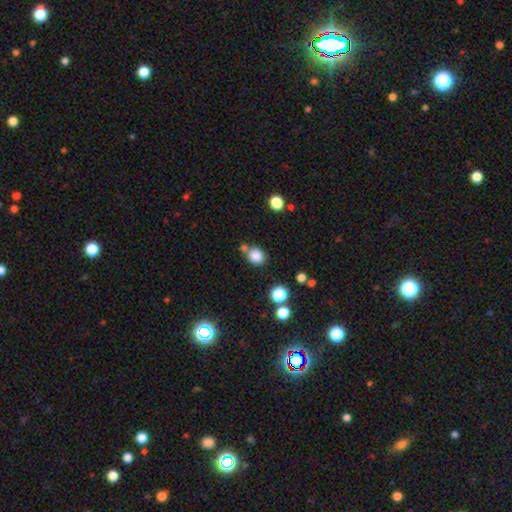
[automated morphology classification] Overall: smooth (83%). How rounded: round (72%). Merging: none (67%).